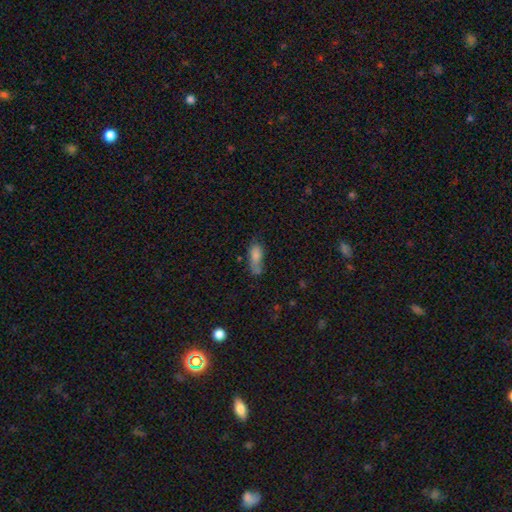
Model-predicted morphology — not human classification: A smooth galaxy with no disk features (78%) that is in between round and cigar-shaped (75%).

Vote fractions:
- Smooth or featured? smooth: 78% / featured or disk: 12% / star or artifact: 9%
- How rounded? in between: 75% / cigar-shaped: 22% / round: 4%
- Merging? none: 42% / minor disturbance: 28% / merger: 16% / major disturbance: 14%